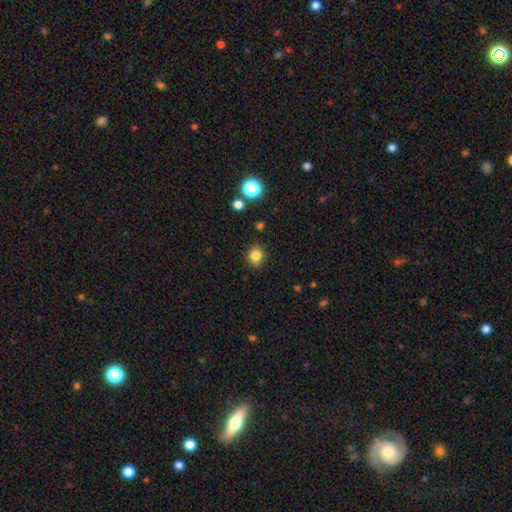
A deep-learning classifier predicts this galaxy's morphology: Smooth or featured? smooth (82%)
How rounded? round (69%)
Merging? none (81%)